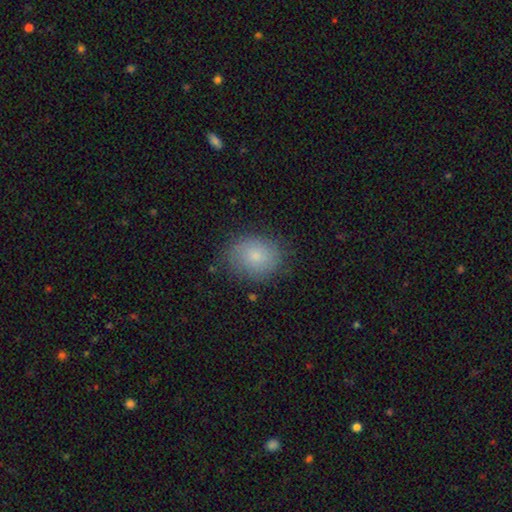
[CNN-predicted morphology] Q: Smooth or featured?
A: smooth (76%); runner-up: featured or disk (15%)
Q: How rounded?
A: round (51%); runner-up: in between (48%)
Q: Merging?
A: none (76%); runner-up: minor disturbance (18%)